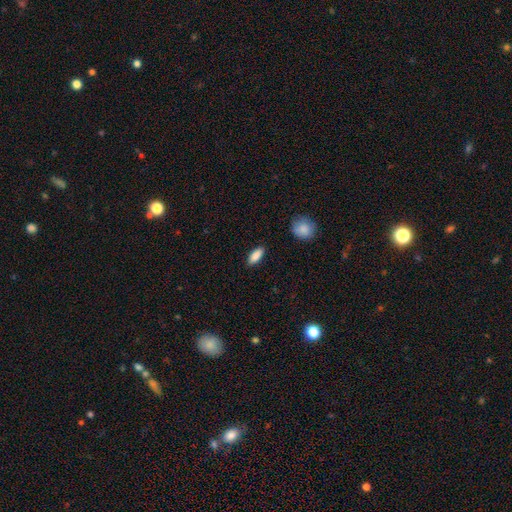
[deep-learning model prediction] A smooth galaxy with no disk features (88%) that is in between round and cigar-shaped (79%).

Vote fractions:
- Smooth or featured? smooth: 88% / star or artifact: 6% / featured or disk: 6%
- How rounded? in between: 79% / cigar-shaped: 19% / round: 2%
- Merging? none: 88% / minor disturbance: 9% / major disturbance: 2% / merger: 1%